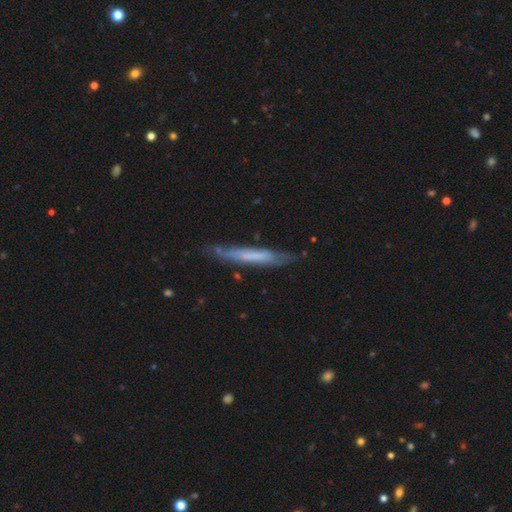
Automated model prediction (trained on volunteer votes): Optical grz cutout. It shows a smooth galaxy with no disk features (48%). Merging: none (75%).